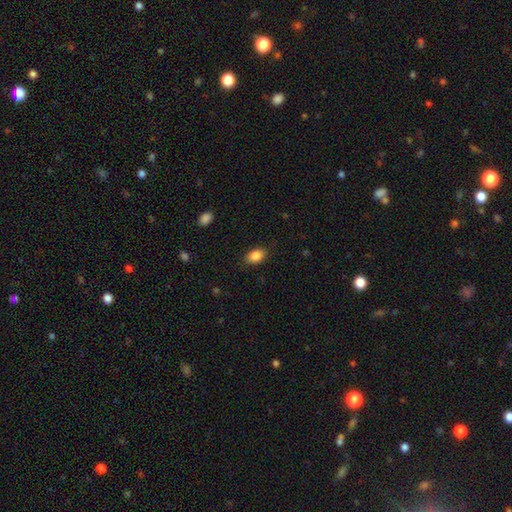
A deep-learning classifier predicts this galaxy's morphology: type=smooth (87%); roundness=in between (85%); merging=none (83%).